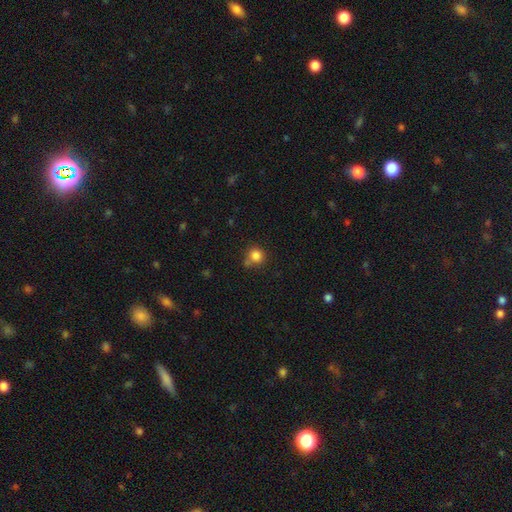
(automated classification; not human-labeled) Morphology: type=smooth (83%); roundness=round (90%); merging=none (67%).